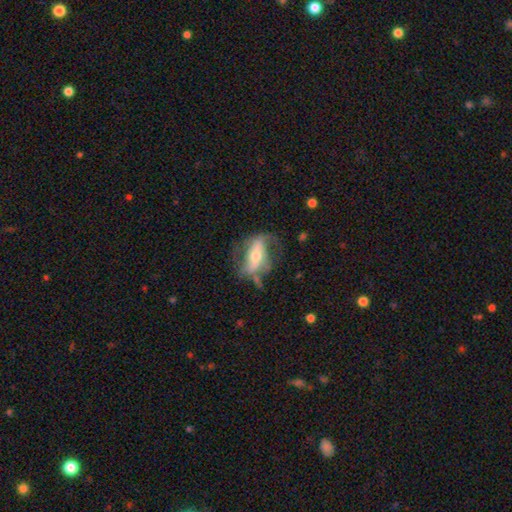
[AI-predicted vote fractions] A featured or disk galaxy (69%) with a strong bar (54%), spiral arms (65%) and a moderate central bulge (58%).

Vote fractions:
- Smooth or featured? featured or disk: 69% / smooth: 24% / star or artifact: 7%
- Edge-on disk? no: 80% / yes: 20%
- Bar? strong: 54% / no: 24% / weak: 23%
- Spiral arms? yes: 65% / no: 35%
- Bulge size? moderate: 58% / small: 32% / large: 7% / none: 2% / dominant: 1%
- Merging? none: 50% / minor disturbance: 23% / major disturbance: 23% / merger: 4%